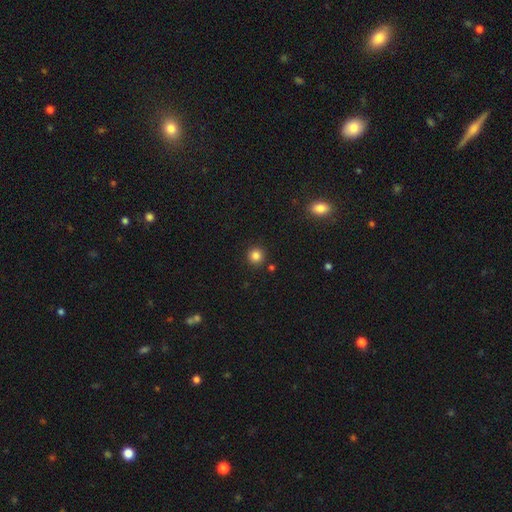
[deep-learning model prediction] smooth 83%, star or artifact 12%, featured or disk 4%. Down the decision tree: how rounded — round (94%); merging — none (90%).